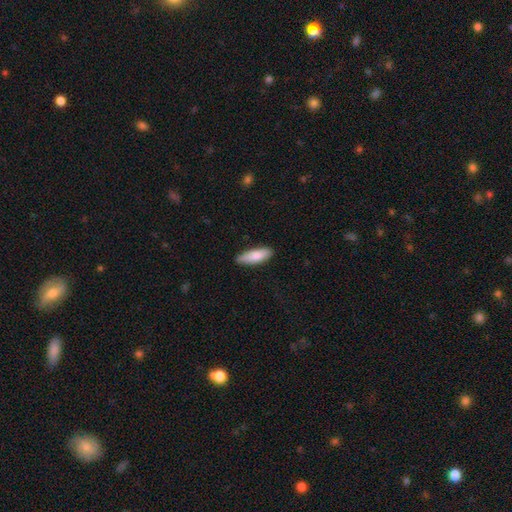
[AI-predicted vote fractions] This appears to be a smooth galaxy with no disk features (81%) that is in between round and cigar-shaped (56%). Merging: none (83%).